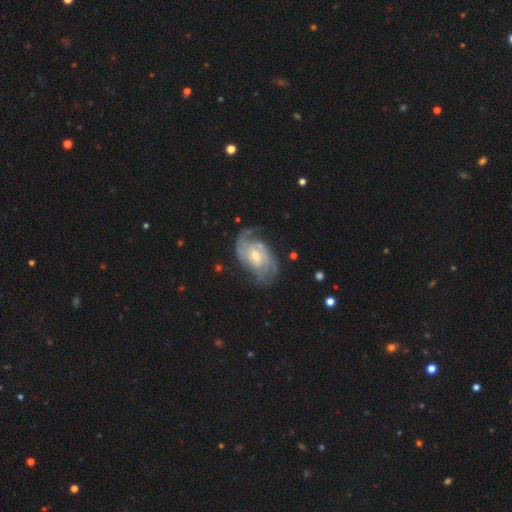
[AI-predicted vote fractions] A featured or disk galaxy (88%) with a weak bar (48%), 2 (54%) tight (47%) spiral arms (97%) and a moderate central bulge (52%).

Vote fractions:
- Smooth or featured? featured or disk: 88% / smooth: 7% / star or artifact: 5%
- Edge-on disk? no: 97% / yes: 3%
- Bar? weak: 48% / no: 41% / strong: 11%
- Spiral arms? yes: 97% / no: 3%
- Spiral winding? tight: 47% / medium: 41% / loose: 12%
- Spiral arm count? 2: 54% / can't tell: 18% / 3: 14% / 4: 5% / 1: 5% / more than 4: 4%
- Bulge size? moderate: 52% / small: 34% / large: 8% / none: 5% / dominant: 1%
- Merging? none: 69% / minor disturbance: 18% / major disturbance: 11% / merger: 2%